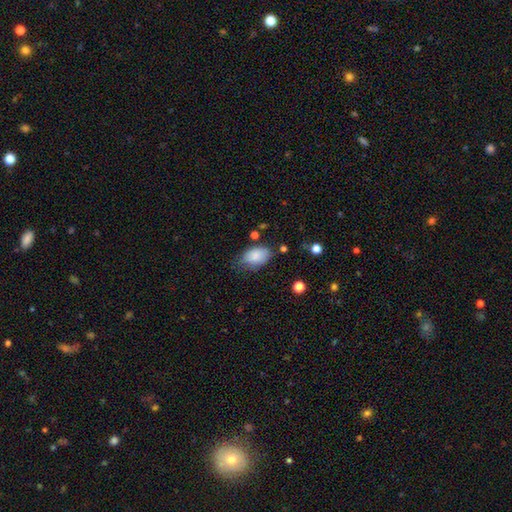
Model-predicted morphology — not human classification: The model was most divided on "merging": none: 63%, minor disturbance: 28%, major disturbance: 7%, merger: 3%. More confident: how rounded — in between (91%); smooth or featured — smooth (85%).